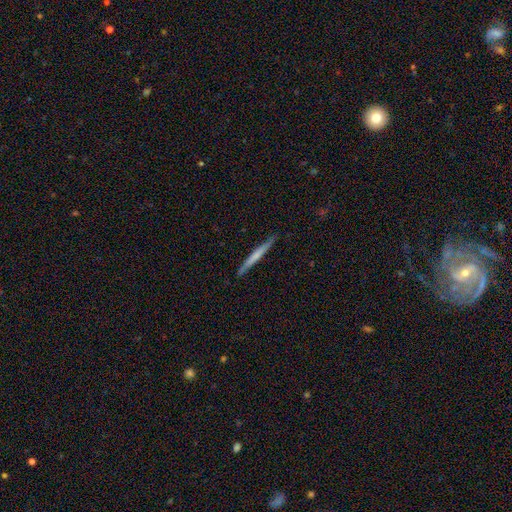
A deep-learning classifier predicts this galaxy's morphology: Smooth or featured? smooth (51%)
How rounded? cigar-shaped (97%)
Merging? none (89%)